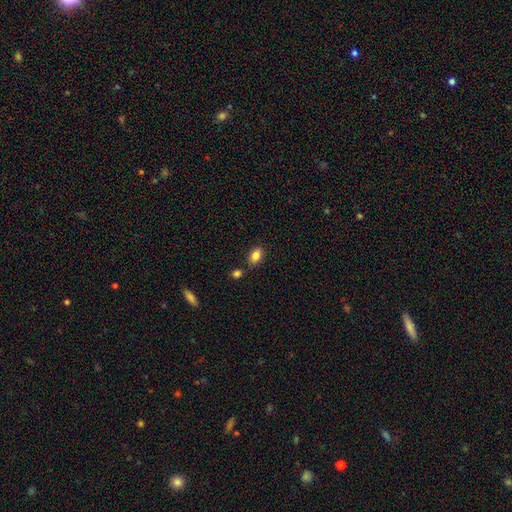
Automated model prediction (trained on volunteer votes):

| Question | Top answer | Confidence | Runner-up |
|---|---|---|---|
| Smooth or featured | smooth | 85% | star or artifact (9%) |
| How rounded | in between | 83% | round (15%) |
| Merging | none | 78% | minor disturbance (11%) |